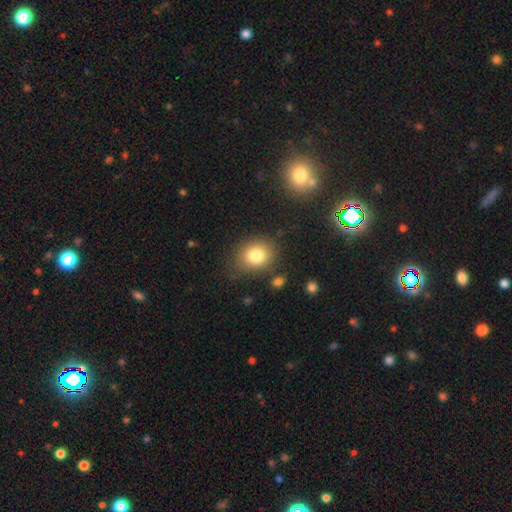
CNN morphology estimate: Smooth or featured?
  - smooth: 79% *
  - star or artifact: 11%
  - featured or disk: 10%
How rounded?
  - round: 56% *
  - in between: 43%
  - cigar-shaped: 1%
Merging?
  - none: 78% *
  - minor disturbance: 13%
  - major disturbance: 5%
  - merger: 4%